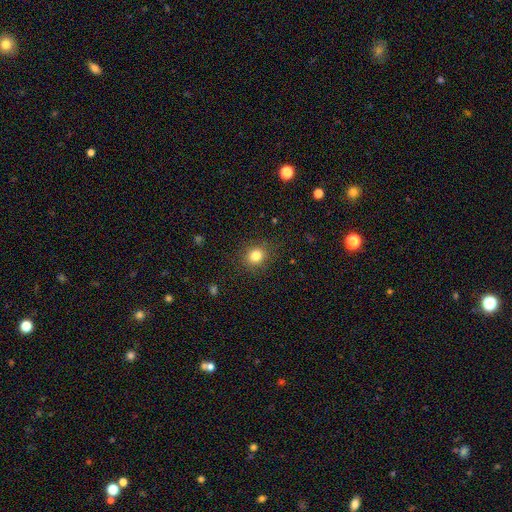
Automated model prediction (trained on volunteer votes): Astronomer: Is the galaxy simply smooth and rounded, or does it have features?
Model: smooth — 82%.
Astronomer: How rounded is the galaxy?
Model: round — 82%.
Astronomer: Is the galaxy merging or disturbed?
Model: none — 87%.